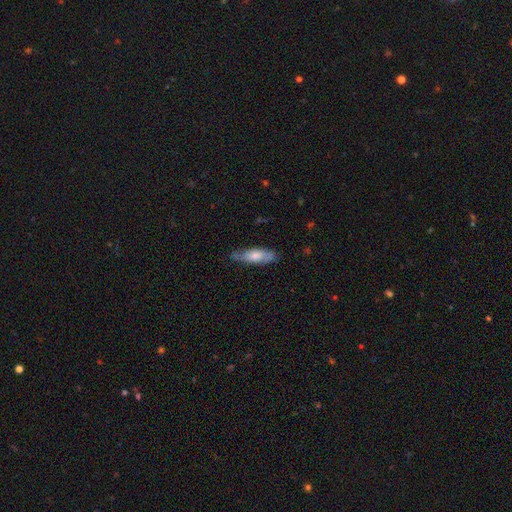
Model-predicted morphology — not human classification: smooth 55%, featured or disk 39%, star or artifact 6%. Down the decision tree: how rounded — in between (55%); merging — none (68%).